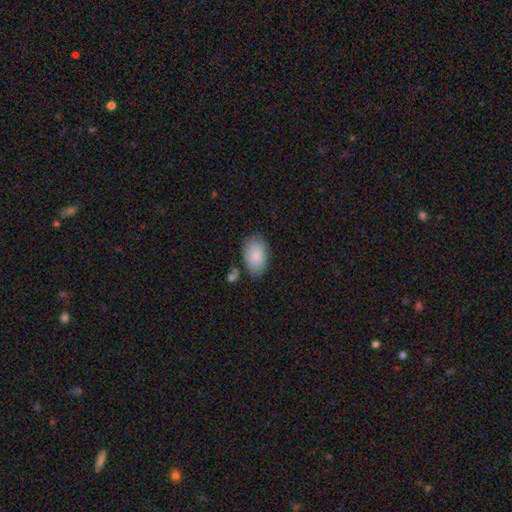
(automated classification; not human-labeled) The model was most divided on "merging": none: 74%, minor disturbance: 17%, major disturbance: 4%, merger: 4%. More confident: how rounded — in between (91%); smooth or featured — smooth (86%).